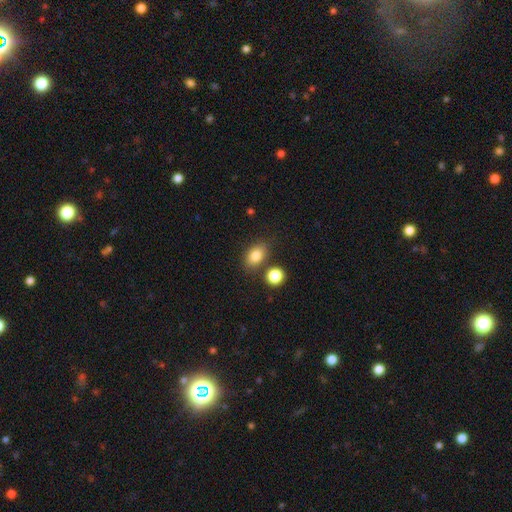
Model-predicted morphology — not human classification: A smooth galaxy with no disk features (82%) that is in between round and cigar-shaped (81%).

Vote fractions:
- Smooth or featured? smooth: 82% / star or artifact: 10% / featured or disk: 8%
- How rounded? in between: 81% / round: 17% / cigar-shaped: 2%
- Merging? none: 75% / minor disturbance: 12% / merger: 10% / major disturbance: 3%